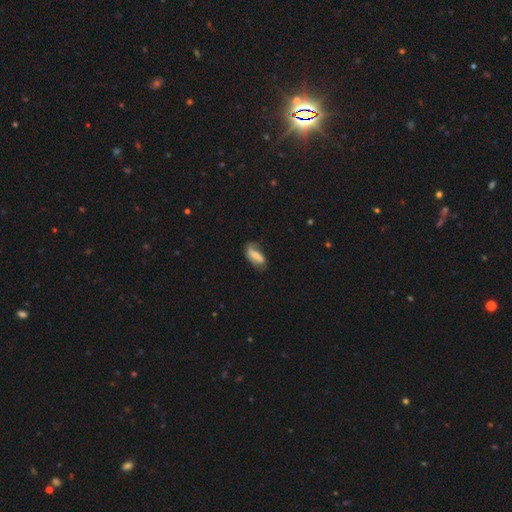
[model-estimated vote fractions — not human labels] The model was most divided on "merging": none: 46%, minor disturbance: 33%, major disturbance: 18%, merger: 3%. More confident: how rounded — in between (81%); smooth or featured — smooth (61%).